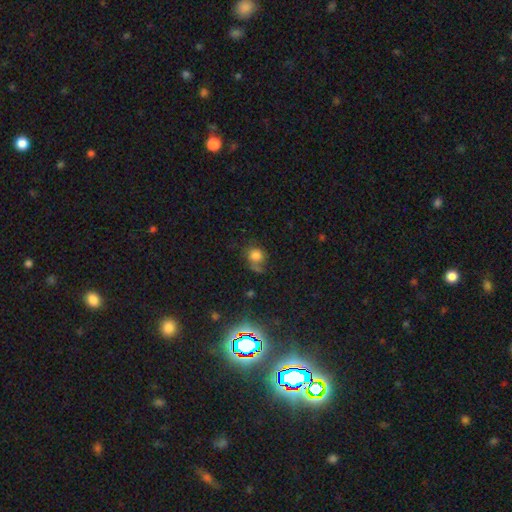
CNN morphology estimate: Smooth or featured? smooth (73%)
How rounded? round (74%)
Merging? none (51%)